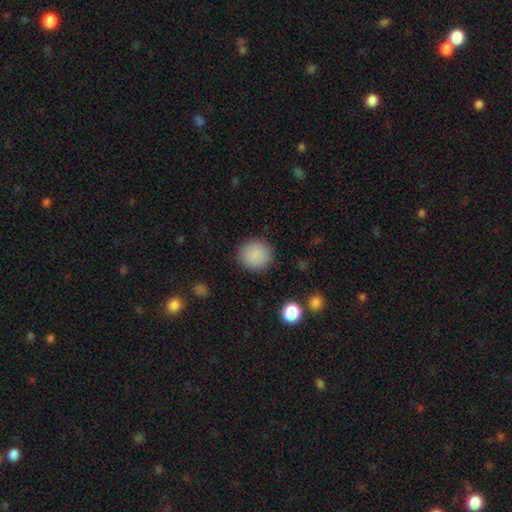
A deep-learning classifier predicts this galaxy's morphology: smooth_or_featured: smooth (p=0.87) [alt: star or artifact p=0.09]
how_rounded: round (p=0.91) [alt: in between p=0.08]
merging: none (p=0.89) [alt: minor disturbance p=0.07]